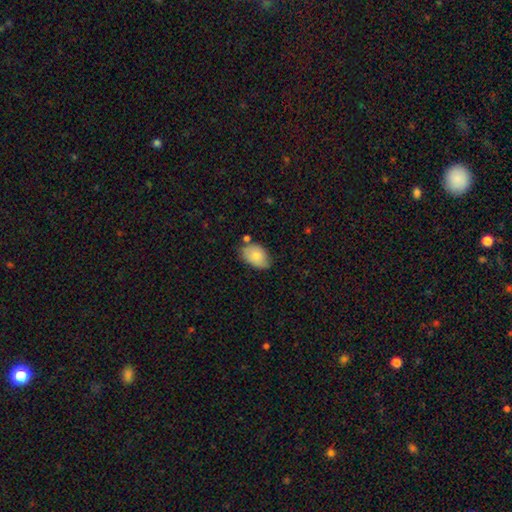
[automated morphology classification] smooth_or_featured: smooth (p=0.80) [alt: featured or disk p=0.13]
how_rounded: in between (p=0.86) [alt: round p=0.13]
merging: none (p=0.62) [alt: minor disturbance p=0.27]